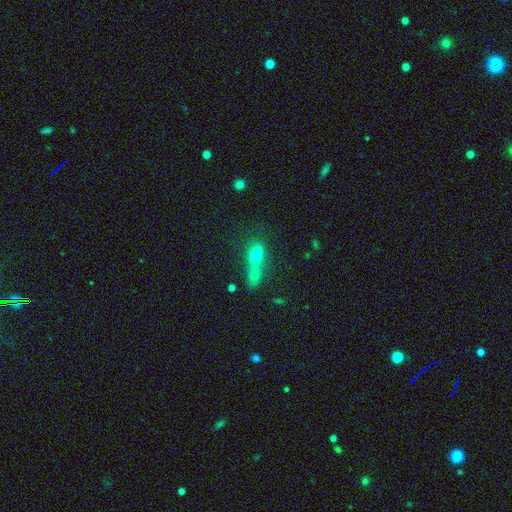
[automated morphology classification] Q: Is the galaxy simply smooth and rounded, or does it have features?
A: smooth — 63%.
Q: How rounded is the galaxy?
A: in between — 46%.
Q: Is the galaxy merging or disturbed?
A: merger — 66%.